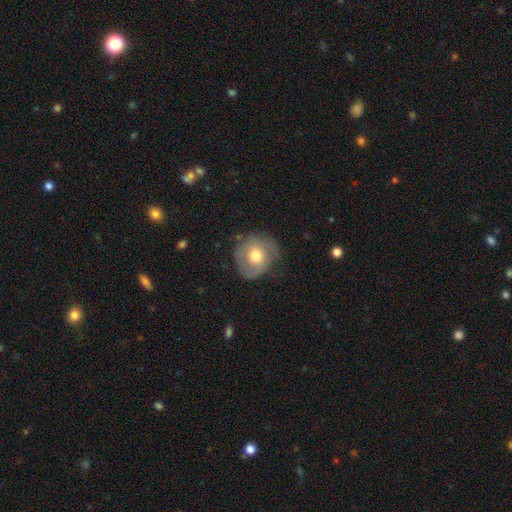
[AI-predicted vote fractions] Smooth or featured? Predicted: smooth (p=0.55). How rounded? Predicted: round (p=0.82). Merging? Predicted: none (p=0.68).